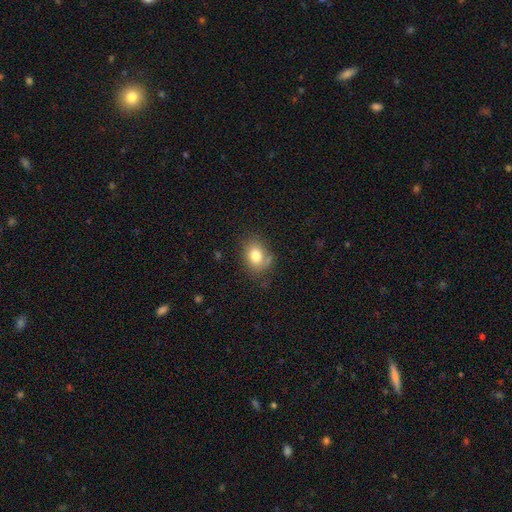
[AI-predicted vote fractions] smooth 78%, featured or disk 12%, star or artifact 10%. Down the decision tree: how rounded — in between (57%); merging — none (67%).